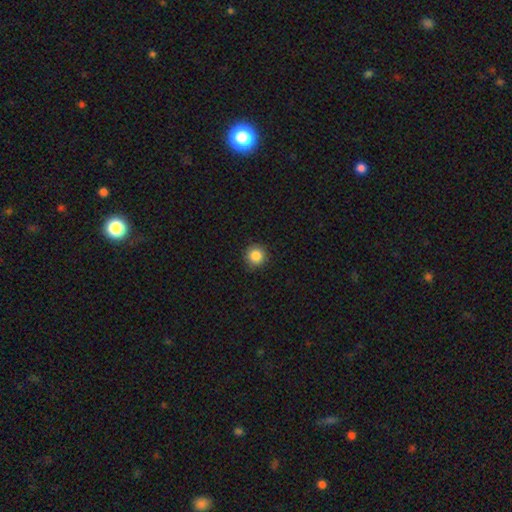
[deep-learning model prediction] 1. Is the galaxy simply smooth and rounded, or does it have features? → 86% smooth, 10% star or artifact, 4% featured or disk.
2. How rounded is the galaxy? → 94% round, 5% in between, 1% cigar-shaped.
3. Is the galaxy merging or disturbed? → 90% none, 7% minor disturbance, 2% major disturbance, 1% merger.